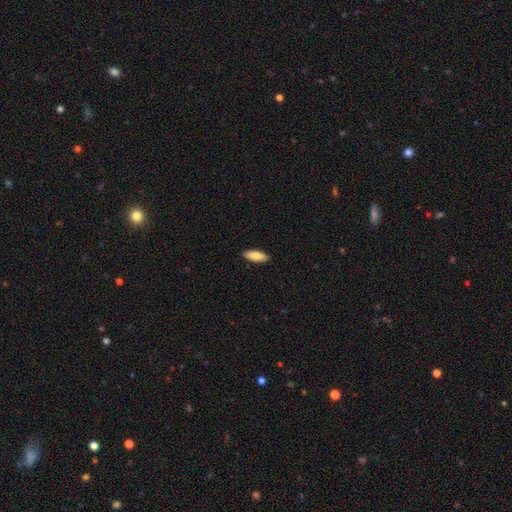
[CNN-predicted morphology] Smooth or featured: smooth — 85% (featured or disk — 9%)
How rounded: in between — 72% (cigar-shaped — 26%)
Merging: none — 90% (minor disturbance — 7%)